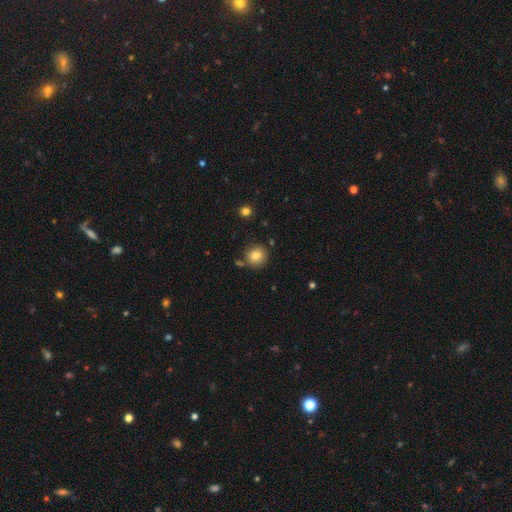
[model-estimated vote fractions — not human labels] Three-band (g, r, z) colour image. It shows a smooth galaxy with no disk features (80%) that is round (91%). Merging: none (80%).